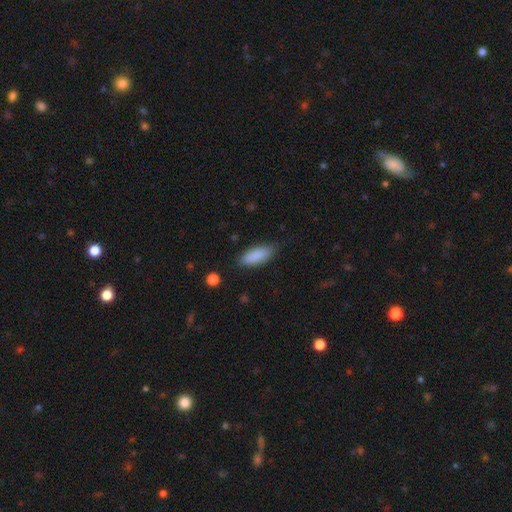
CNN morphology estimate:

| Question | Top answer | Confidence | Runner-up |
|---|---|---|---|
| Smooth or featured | smooth | 88% | star or artifact (6%) |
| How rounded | in between | 69% | cigar-shaped (29%) |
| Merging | none | 82% | minor disturbance (14%) |